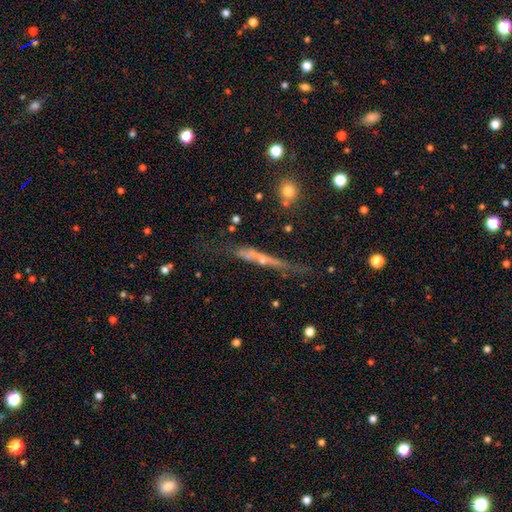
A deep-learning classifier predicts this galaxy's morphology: Smooth or featured? featured or disk (60%)
Edge-on disk? yes (85%)
Edge-on bulge? none (54%)
Merging? none (53%)